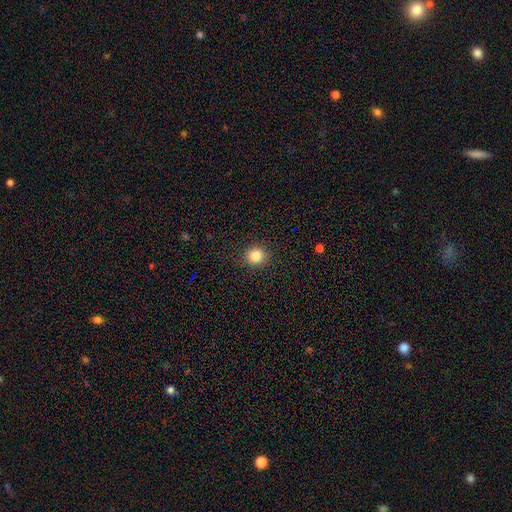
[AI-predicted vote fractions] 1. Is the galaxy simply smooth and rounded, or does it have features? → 84% smooth, 11% star or artifact, 5% featured or disk.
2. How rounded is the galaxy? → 87% round, 12% in between, 1% cigar-shaped.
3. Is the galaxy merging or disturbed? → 90% none, 7% minor disturbance, 2% major disturbance, 1% merger.